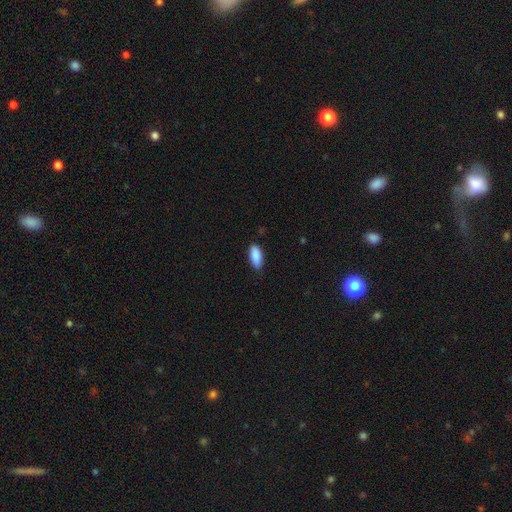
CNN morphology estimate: smooth 89%, star or artifact 6%, featured or disk 5%. Down the decision tree: how rounded — in between (86%); merging — none (84%).